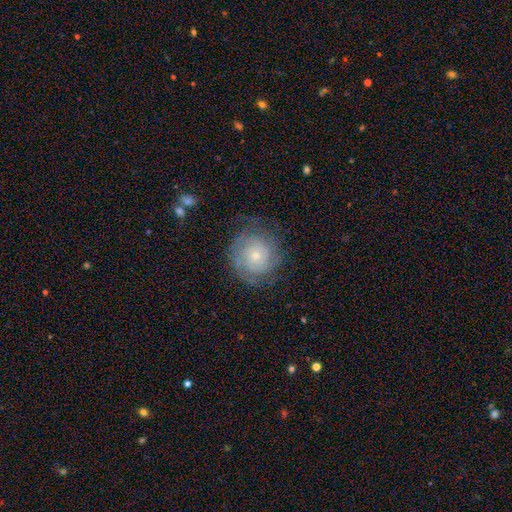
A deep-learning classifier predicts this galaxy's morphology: smooth_or_featured: featured or disk (p=0.68) [alt: smooth p=0.24]
disk_edge_on: no (p=0.98) [alt: yes p=0.02]
bar: no (p=0.81) [alt: weak p=0.16]
has_spiral_arms: yes (p=0.88) [alt: no p=0.12]
spiral_winding: tight (p=0.73) [alt: medium p=0.21]
spiral_arm_count: can't tell (p=0.42) [alt: 2 p=0.26]
bulge_size: small (p=0.74) [alt: moderate p=0.22]
merging: none (p=0.72) [alt: minor disturbance p=0.17]